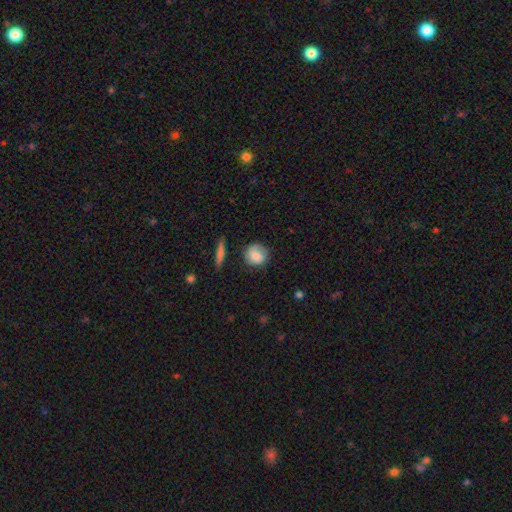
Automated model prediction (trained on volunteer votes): Overall: smooth (79%). How rounded: round (86%). Merging: none (73%).